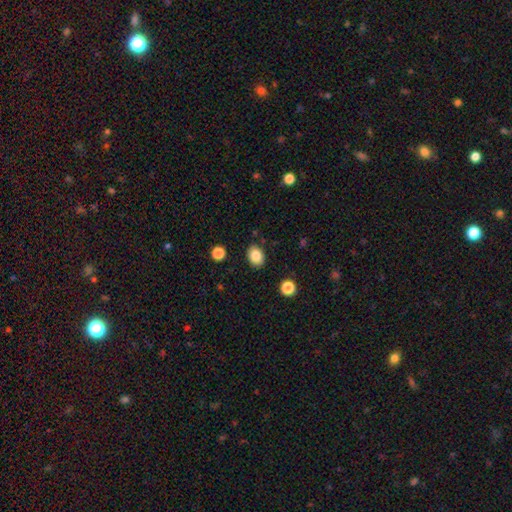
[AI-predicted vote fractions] A smooth galaxy with no disk features (85%) that is in between round and cigar-shaped (68%). Merging: none (87%).